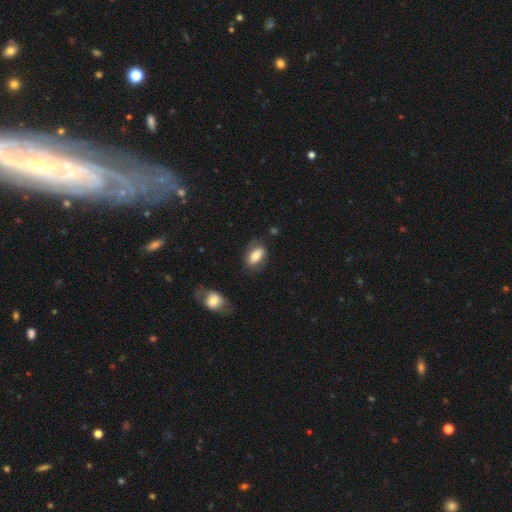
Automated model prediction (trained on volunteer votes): Overall: smooth (74%). How rounded: in between (90%). Merging: none (72%).